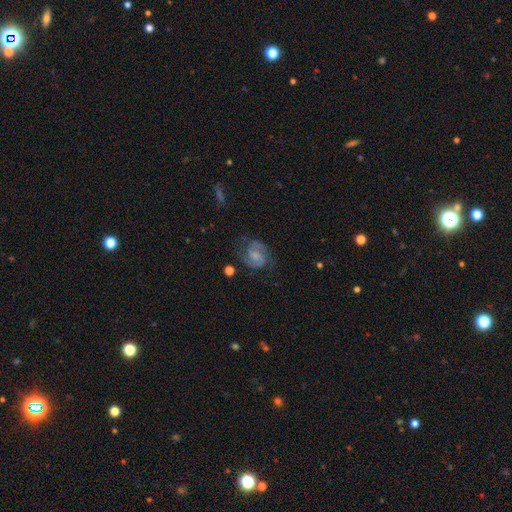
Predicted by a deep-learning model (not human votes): Smooth or featured: featured or disk — 77% (smooth — 16%)
Edge-on disk: no — 98% (yes — 2%)
Bar: weak — 46% (no — 43%)
Spiral arms: yes — 95% (no — 5%)
Spiral winding: medium — 53% (tight — 29%)
Spiral arm count: 2 — 89% (can't tell — 5%)
Bulge size: small — 38% (none — 33%)
Merging: none — 71% (minor disturbance — 18%)